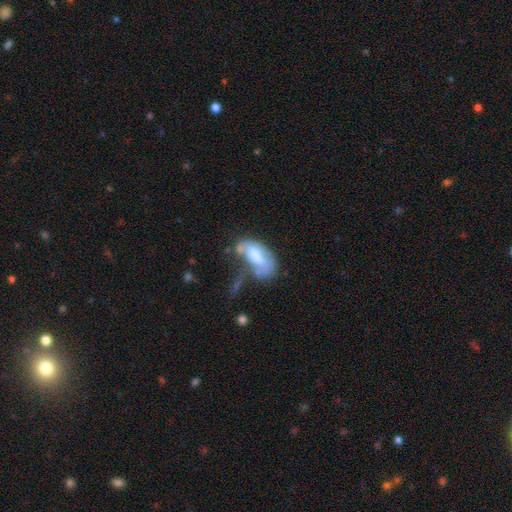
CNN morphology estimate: Smooth or featured?
  - smooth: 54% *
  - featured or disk: 38%
  - star or artifact: 7%
How rounded?
  - in between: 91% *
  - cigar-shaped: 6%
  - round: 3%
Merging?
  - major disturbance: 34% *
  - none: 23%
  - minor disturbance: 23%
  - merger: 21%